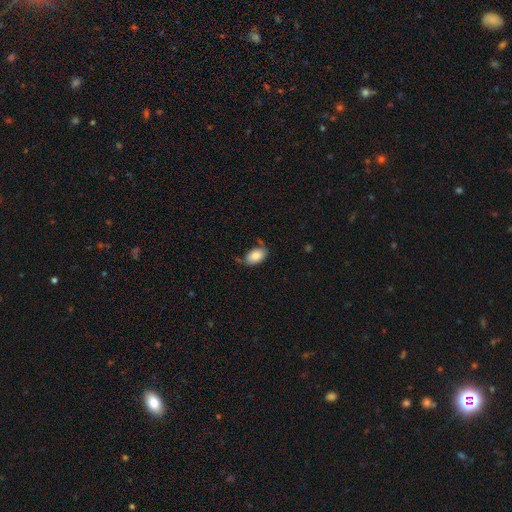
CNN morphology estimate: smooth-or-featured: smooth: 85% | featured or disk: 8% | star or artifact: 7%
  how-rounded: in between: 92% | round: 7% | cigar-shaped: 1%
  merging: none: 68% | minor disturbance: 22% | major disturbance: 5% | merger: 5%